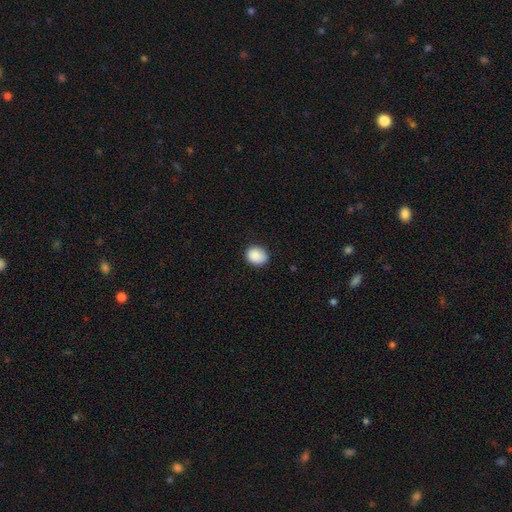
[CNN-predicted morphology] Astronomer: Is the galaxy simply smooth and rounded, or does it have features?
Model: smooth — 89%.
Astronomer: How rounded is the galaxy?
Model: round — 63%.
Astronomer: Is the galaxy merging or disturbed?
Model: none — 83%.